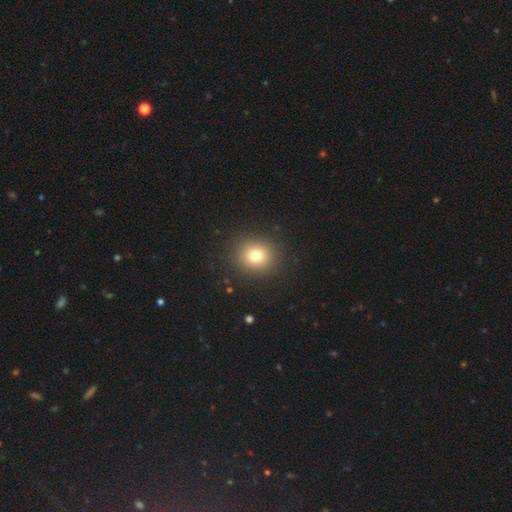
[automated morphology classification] A smooth galaxy with no disk features (76%) that is round (85%). Merging: none (90%).